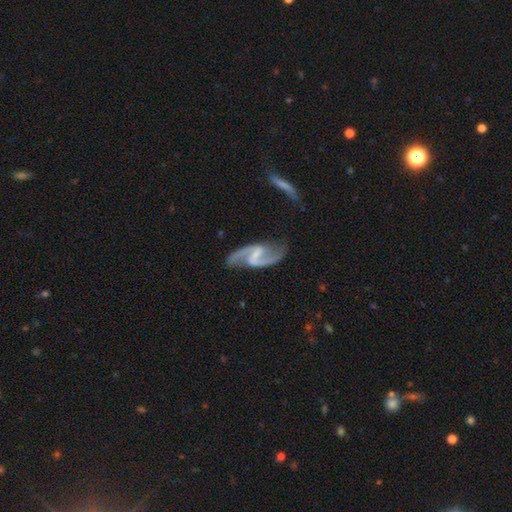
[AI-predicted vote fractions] Overall: featured or disk (92%). Edge-on disk: no (97%). Bar: strong (47%; weak 42%). Spiral arms: yes (97%). Spiral arm count: 2 (94%). Spiral winding: loose (49%; medium 42%). Bulge size: none (44%; small 40%). Merging: none (79%).